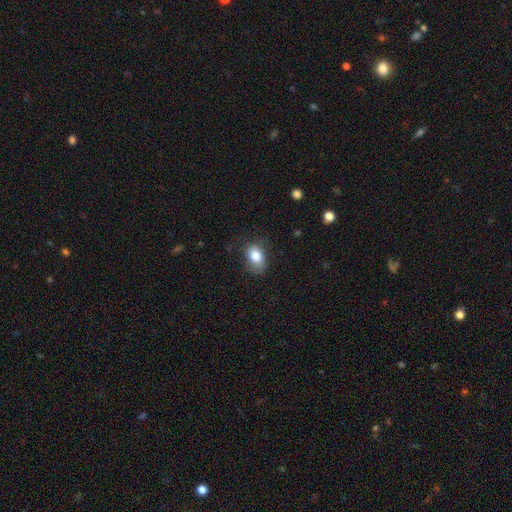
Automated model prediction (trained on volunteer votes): This is clearly a smooth galaxy (81%). How rounded: clearly in between (83%). Merging: likely none (65%).